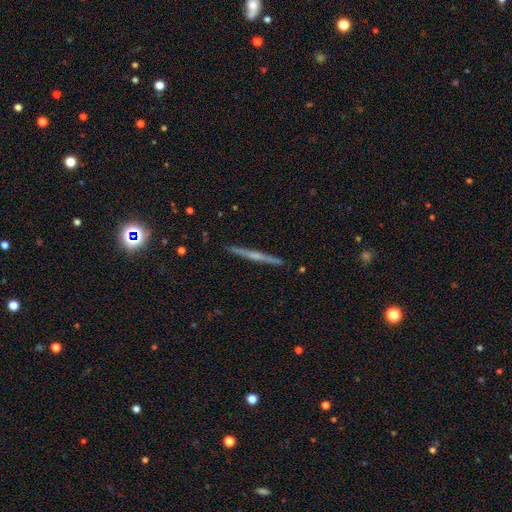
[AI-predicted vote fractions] This appears to be a featured or disk galaxy (68%) viewed edge-on (98%) with a rounded central bulge (46%). Merging: none (92%).